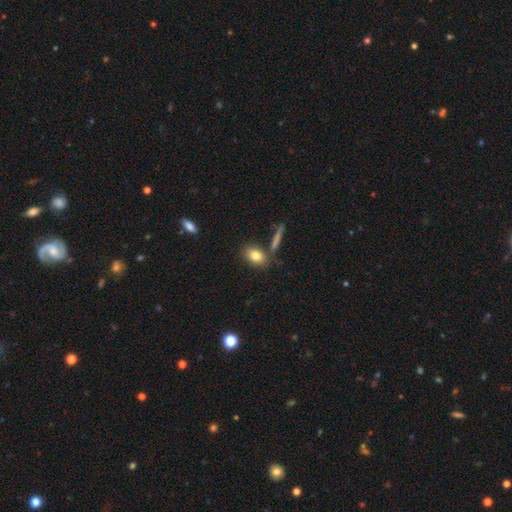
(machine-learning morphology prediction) Smooth or featured? Predicted: smooth (p=0.81). How rounded? Predicted: in between (p=0.74). Merging? Predicted: none (p=0.71).